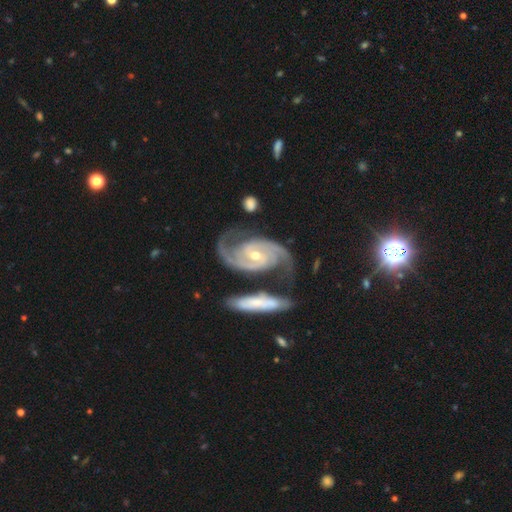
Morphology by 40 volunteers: Smooth or featured?
  - featured or disk: 85% *
  - star or artifact: 10%
  - smooth: 5%
Edge-on disk?
  - no: 94% *
  - yes: 6%
Bar?
  - weak: 50% *
  - no: 31%
  - strong: 19%
Spiral arms?
  - yes: 100% *
  - no: 0%
Spiral winding?
  - tight: 69% *
  - medium: 28%
  - loose: 3%
Spiral arm count?
  - 2: 88% *
  - 4: 9%
  - 3: 3%
  - 1: 0%
  - more than 4: 0%
  - can't tell: 0%
Bulge size?
  - small: 72% *
  - moderate: 25%
  - none: 3%
  - dominant: 0%
  - large: 0%
Merging?
  - none: 53% *
  - minor disturbance: 19%
  - merger: 17%
  - major disturbance: 11%